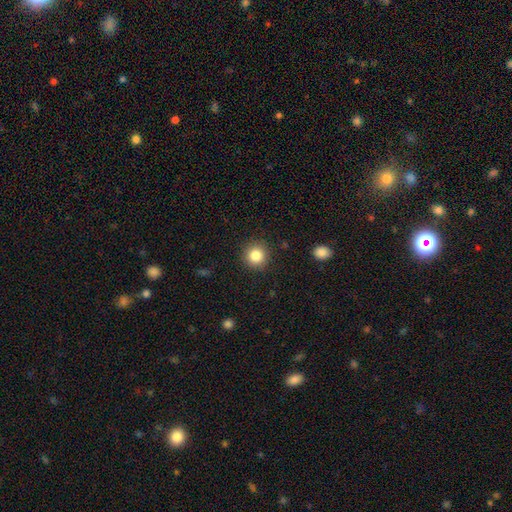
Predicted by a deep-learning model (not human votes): smooth 84%, star or artifact 11%, featured or disk 6%. Down the decision tree: how rounded — round (94%); merging — none (91%).